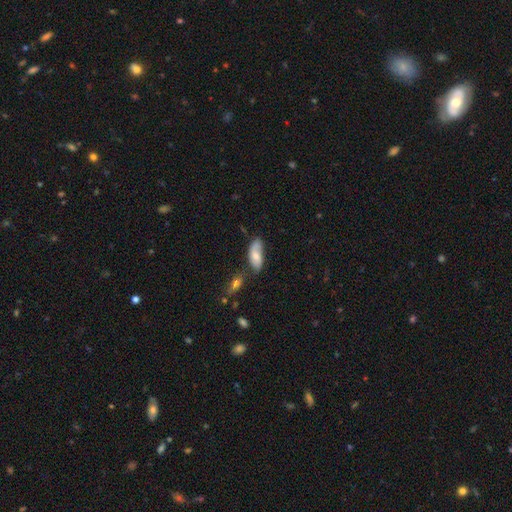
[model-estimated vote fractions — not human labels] smooth 60%, featured or disk 33%, star or artifact 7%. Down the decision tree: how rounded — in between (85%); merging — none (50%).